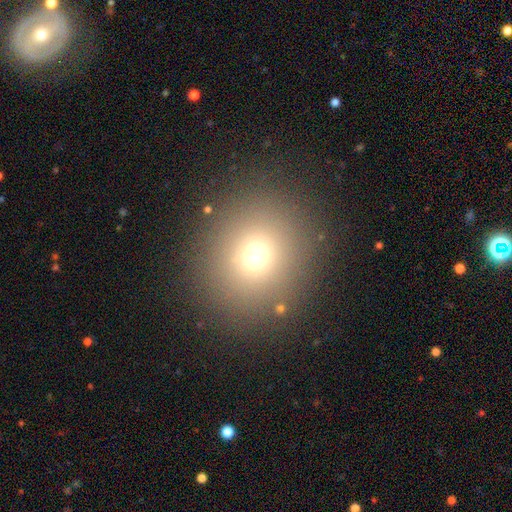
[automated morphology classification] A smooth galaxy with no disk features (69%) that is round (85%). Merging: none (88%).